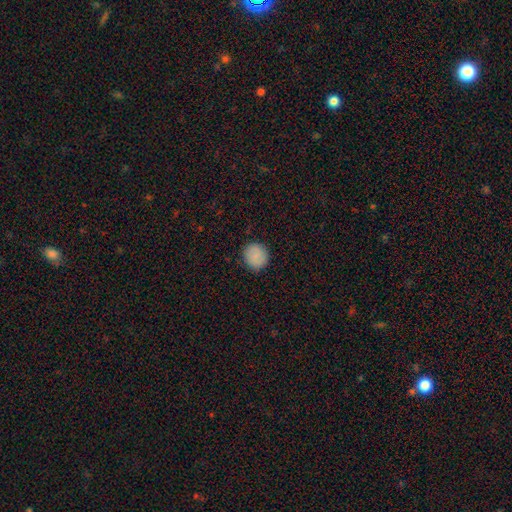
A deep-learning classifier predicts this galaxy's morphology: Overall: smooth (88%). How rounded: round (88%). Merging: none (90%).